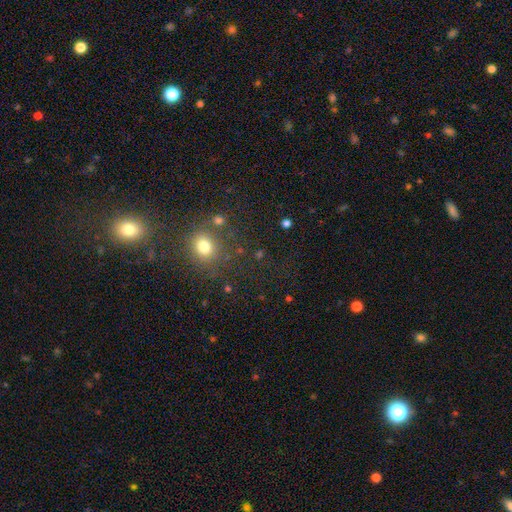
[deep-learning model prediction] This is possibly a smooth galaxy (54%). How rounded: clearly round (87%). Merging: likely none (68%).